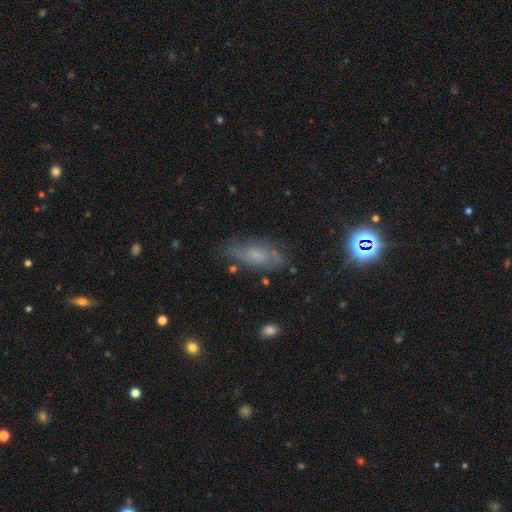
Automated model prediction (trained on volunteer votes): This is possibly a featured or disk galaxy (47%). Merging: likely none (68%).